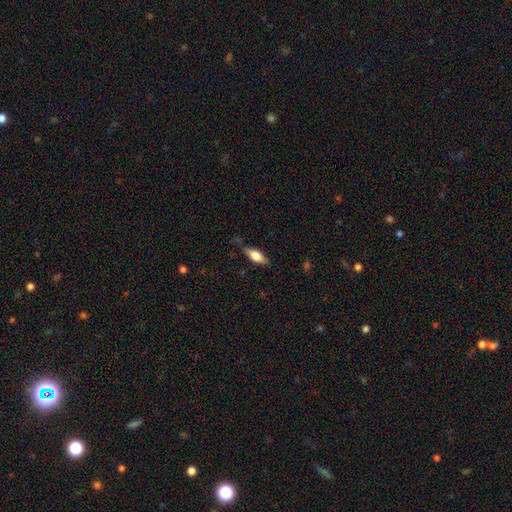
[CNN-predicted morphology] A smooth galaxy with no disk features (65%) that is in between round and cigar-shaped (72%). Merging: none (72%).